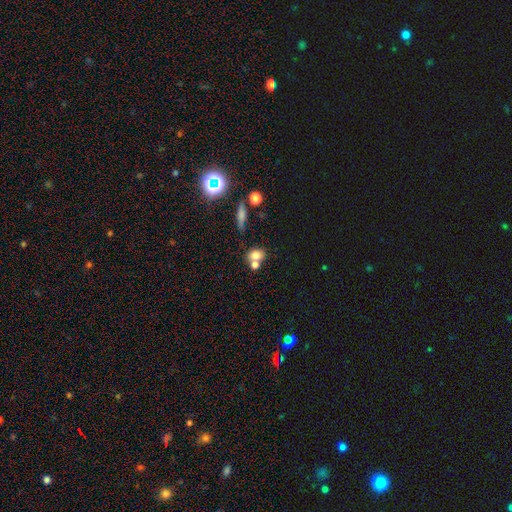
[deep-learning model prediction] Q: Smooth or featured?
A: smooth (73%); runner-up: featured or disk (14%)
Q: How rounded?
A: in between (49%); runner-up: round (48%)
Q: Merging?
A: merger (46%); runner-up: none (40%)